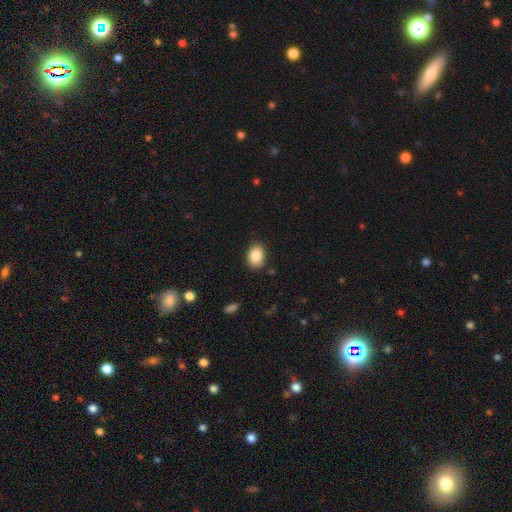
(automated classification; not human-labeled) smooth_or_featured: smooth (p=0.87) [alt: star or artifact p=0.08]
how_rounded: in between (p=0.79) [alt: round p=0.20]
merging: none (p=0.83) [alt: minor disturbance p=0.12]